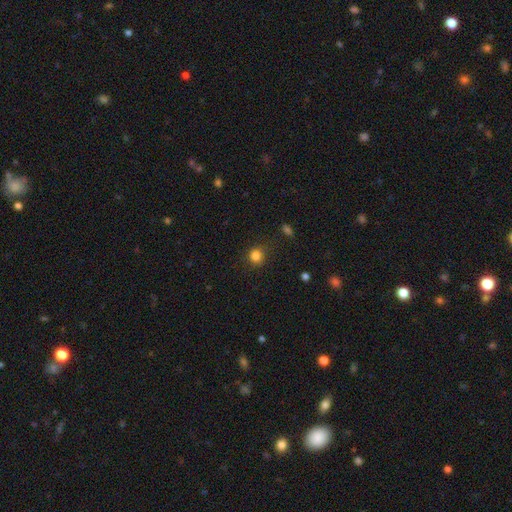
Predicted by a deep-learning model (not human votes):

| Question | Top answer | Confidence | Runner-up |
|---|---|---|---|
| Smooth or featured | smooth | 84% | star or artifact (13%) |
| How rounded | round | 88% | in between (11%) |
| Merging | none | 83% | minor disturbance (11%) |